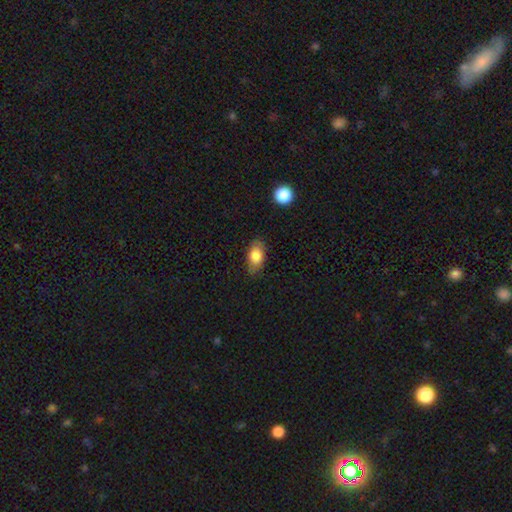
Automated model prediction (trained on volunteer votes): This appears to be a smooth galaxy with no disk features (80%) that is in between round and cigar-shaped (87%). Merging: none (79%).